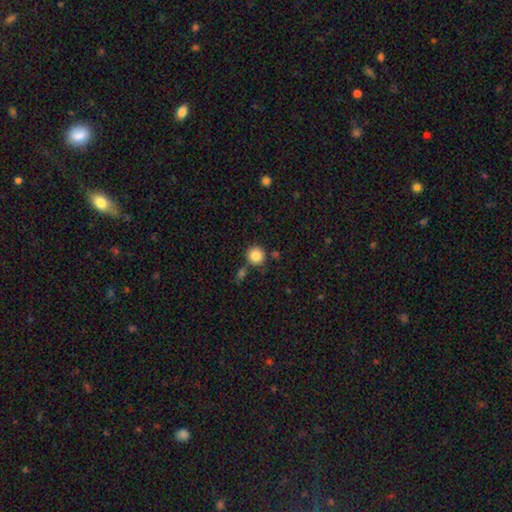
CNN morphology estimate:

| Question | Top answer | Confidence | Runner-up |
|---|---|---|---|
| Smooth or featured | smooth | 85% | star or artifact (10%) |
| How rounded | round | 92% | in between (7%) |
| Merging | none | 78% | merger (10%) |